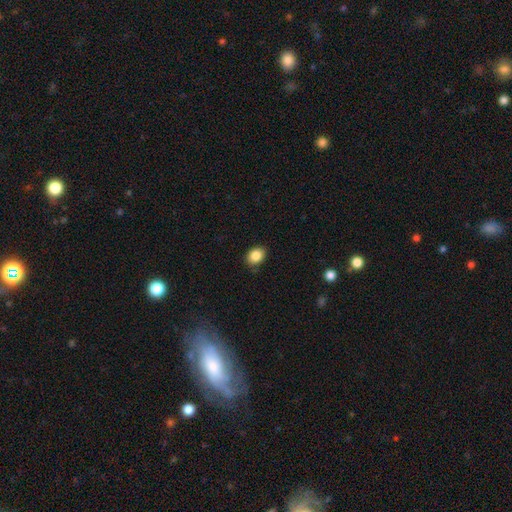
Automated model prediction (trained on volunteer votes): A smooth galaxy with no disk features (86%) that is in between round and cigar-shaped (62%).

Vote fractions:
- Smooth or featured? smooth: 86% / star or artifact: 9% / featured or disk: 6%
- How rounded? in between: 62% / round: 37% / cigar-shaped: 1%
- Merging? none: 85% / minor disturbance: 12% / major disturbance: 2% / merger: 1%